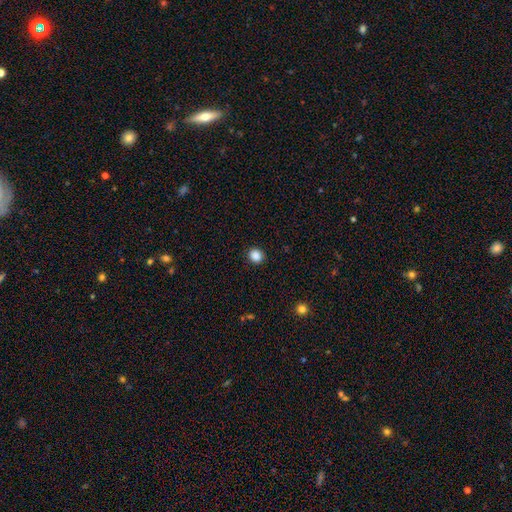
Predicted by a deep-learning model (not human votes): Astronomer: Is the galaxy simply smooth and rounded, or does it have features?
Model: smooth — 87%.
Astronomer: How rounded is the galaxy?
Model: round — 84%.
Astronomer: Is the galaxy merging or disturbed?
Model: none — 91%.